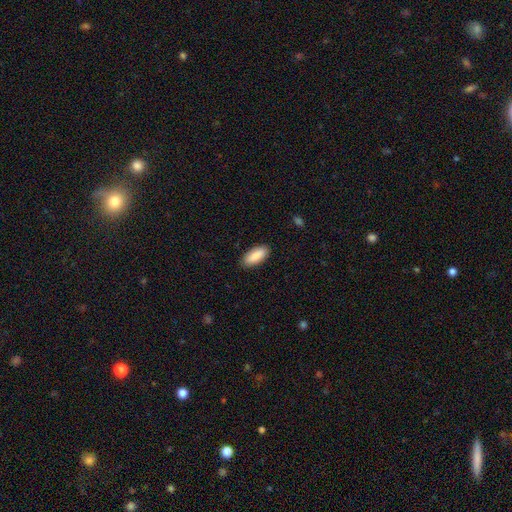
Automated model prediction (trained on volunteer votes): smooth-or-featured: smooth: 88% | featured or disk: 7% | star or artifact: 6%
  how-rounded: in between: 84% | cigar-shaped: 14% | round: 2%
  merging: none: 89% | minor disturbance: 8% | major disturbance: 2% | merger: 1%